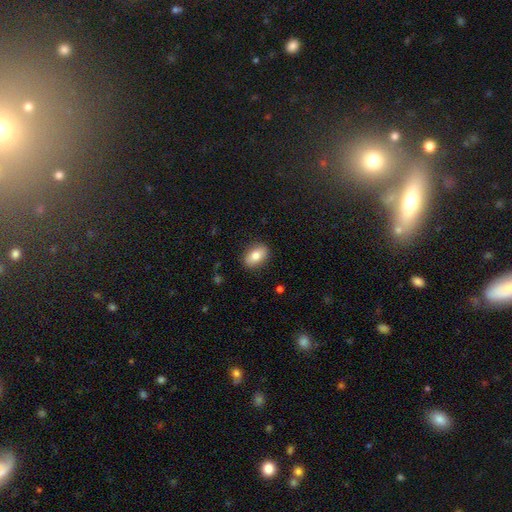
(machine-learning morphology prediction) Q: Smooth or featured?
A: smooth (81%); runner-up: featured or disk (11%)
Q: How rounded?
A: in between (85%); runner-up: round (13%)
Q: Merging?
A: none (87%); runner-up: minor disturbance (9%)